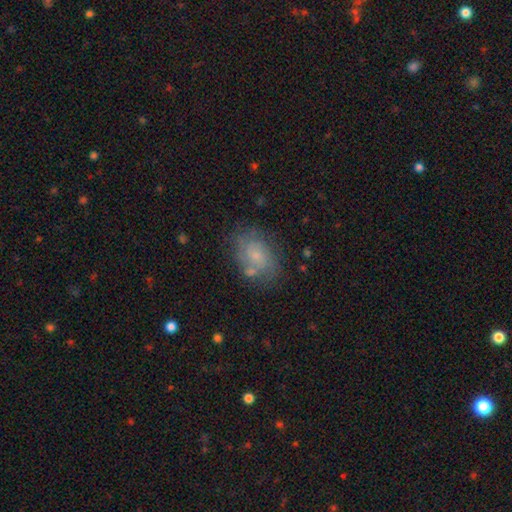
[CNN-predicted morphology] smooth-or-featured: smooth: 48% | featured or disk: 41% | star or artifact: 11%
  merging: none: 61% | minor disturbance: 22% | major disturbance: 10% | merger: 8%